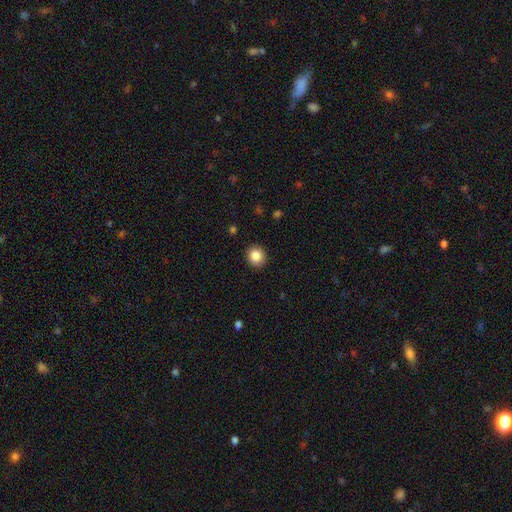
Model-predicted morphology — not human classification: smooth-or-featured: smooth: 85% | star or artifact: 10% | featured or disk: 5%
  how-rounded: round: 87% | in between: 12% | cigar-shaped: 1%
  merging: none: 91% | minor disturbance: 6% | major disturbance: 2% | merger: 1%